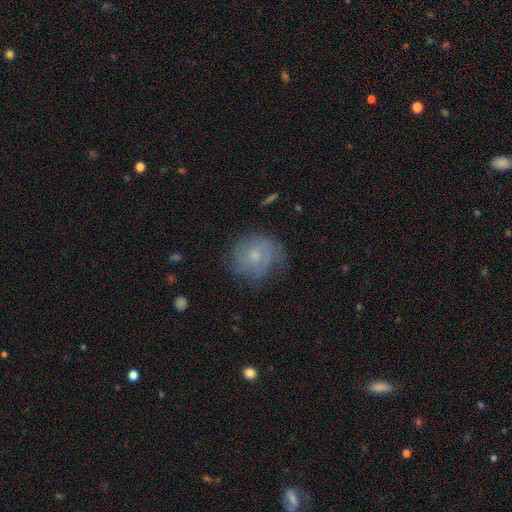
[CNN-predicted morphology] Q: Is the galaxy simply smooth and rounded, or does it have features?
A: smooth — 49%.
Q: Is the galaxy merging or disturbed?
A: none — 63%.